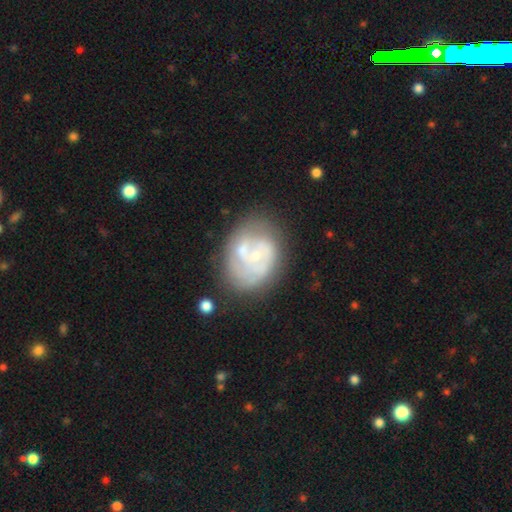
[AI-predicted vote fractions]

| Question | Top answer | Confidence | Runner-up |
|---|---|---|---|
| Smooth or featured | featured or disk | 70% | smooth (23%) |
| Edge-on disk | no | 98% | yes (2%) |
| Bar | no | 75% | weak (21%) |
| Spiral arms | yes | 63% | no (37%) |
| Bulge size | small | 62% | moderate (25%) |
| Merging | none | 49% | minor disturbance (22%) |